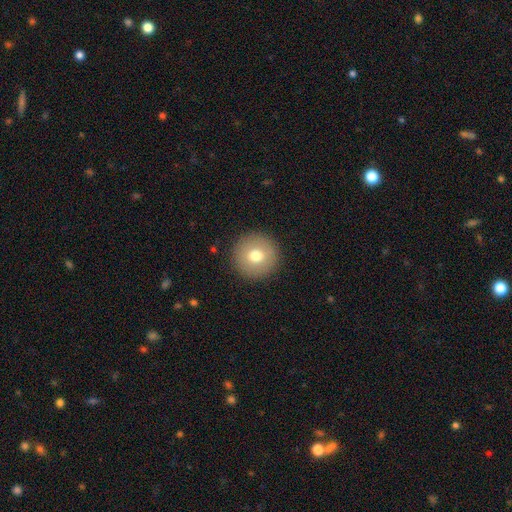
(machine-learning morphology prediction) Smooth or featured? Predicted: smooth (p=0.73). How rounded? Predicted: round (p=0.96). Merging? Predicted: none (p=0.92).